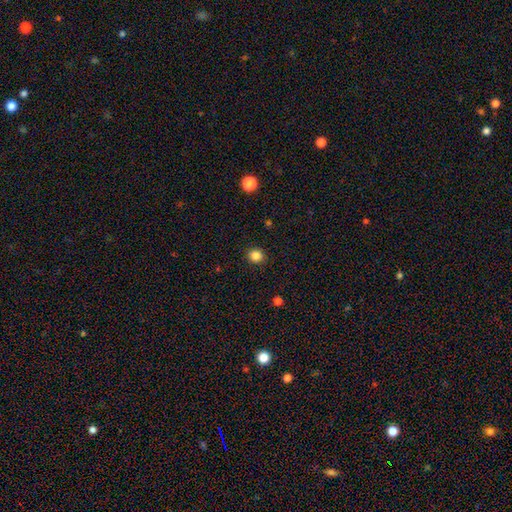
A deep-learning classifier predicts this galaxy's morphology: Overall: smooth (84%). How rounded: round (80%). Merging: none (91%).